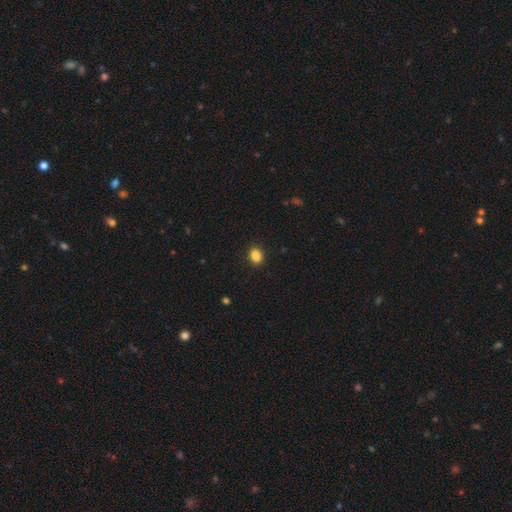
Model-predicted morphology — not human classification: smooth 86%, star or artifact 10%, featured or disk 3%. Down the decision tree: how rounded — in between (56%); merging — none (90%).